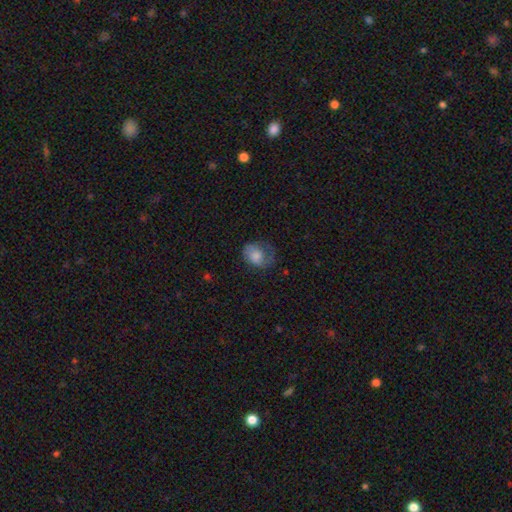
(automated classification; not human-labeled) This appears to be a smooth galaxy with no disk features (58%) that is in between round and cigar-shaped (56%). Merging: none (52%).